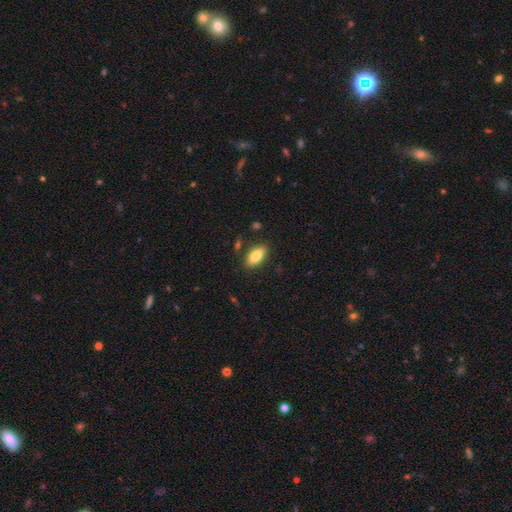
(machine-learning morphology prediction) Q: Smooth or featured?
A: smooth (82%); runner-up: featured or disk (11%)
Q: How rounded?
A: in between (84%); runner-up: cigar-shaped (13%)
Q: Merging?
A: none (85%); runner-up: minor disturbance (10%)